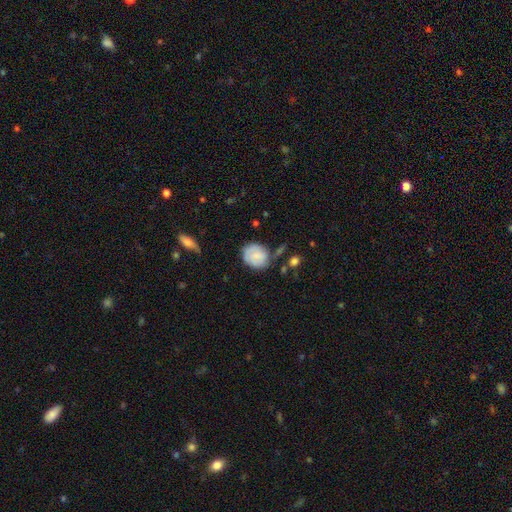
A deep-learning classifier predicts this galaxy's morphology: Smooth or featured?
  - smooth: 66% *
  - featured or disk: 26%
  - star or artifact: 8%
How rounded?
  - round: 64% *
  - in between: 35%
  - cigar-shaped: 1%
Merging?
  - none: 59% *
  - minor disturbance: 26%
  - major disturbance: 9%
  - merger: 6%